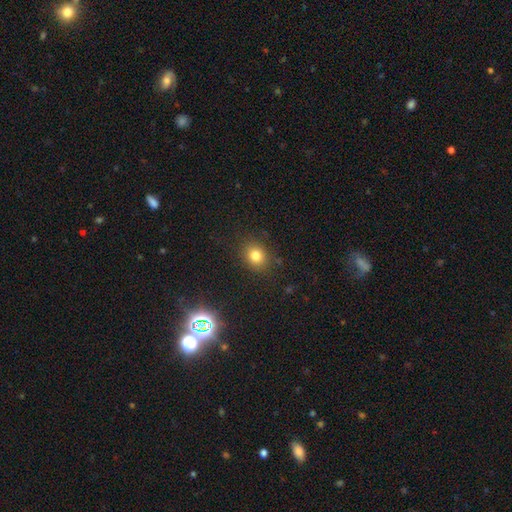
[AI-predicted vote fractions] Smooth or featured? smooth (79%)
How rounded? round (63%)
Merging? none (85%)